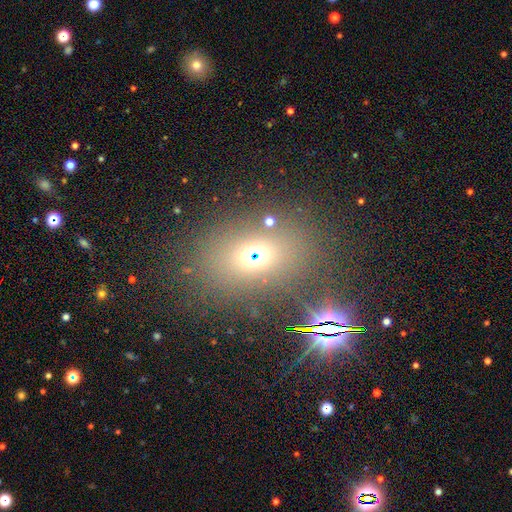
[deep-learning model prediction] Smooth or featured? smooth (55%)
How rounded? in between (60%)
Merging? none (74%)